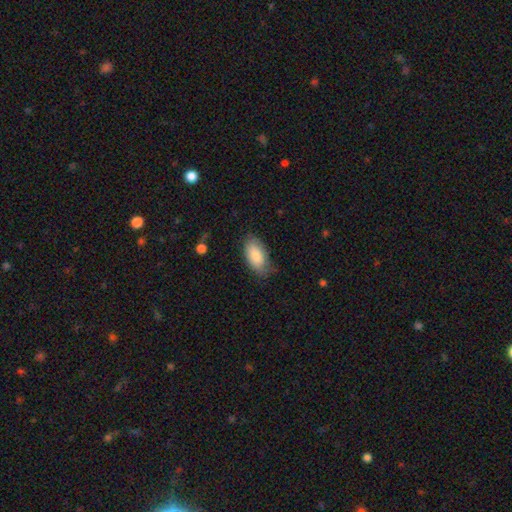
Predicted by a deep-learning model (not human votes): Smooth or featured? Predicted: smooth (p=0.84). How rounded? Predicted: in between (p=0.94). Merging? Predicted: none (p=0.66).